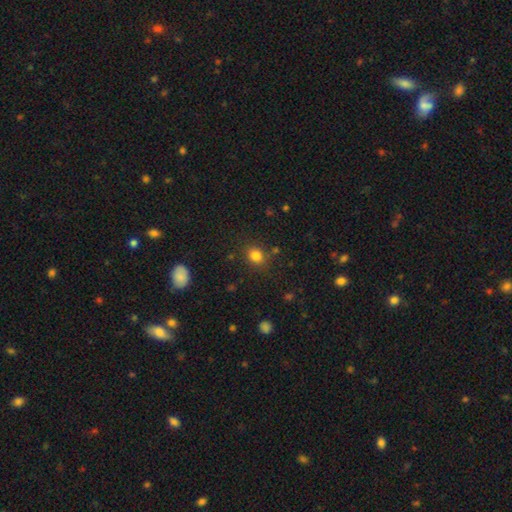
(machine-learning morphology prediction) Overall: smooth (82%). How rounded: round (65%; in between 34%). Merging: none (83%).